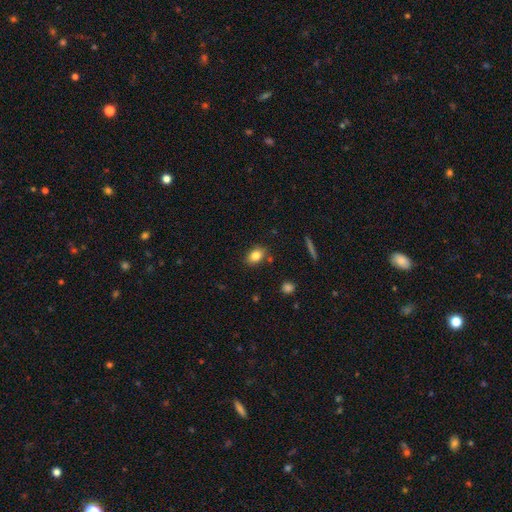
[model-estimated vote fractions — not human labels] This is clearly a smooth galaxy (82%). How rounded: likely in between (76%). Merging: clearly none (83%).